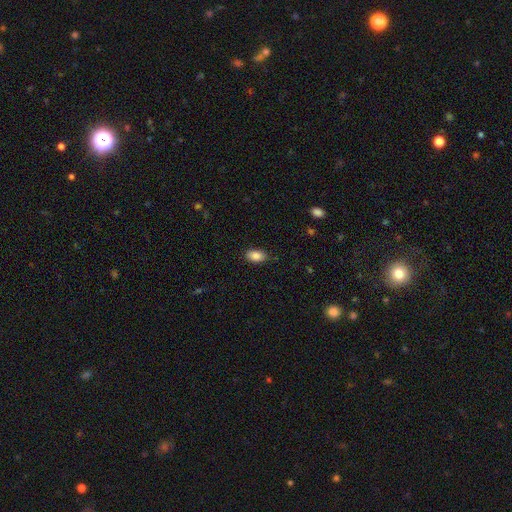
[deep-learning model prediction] Smooth or featured?
  - smooth: 87% *
  - star or artifact: 8%
  - featured or disk: 5%
How rounded?
  - in between: 90% *
  - round: 8%
  - cigar-shaped: 2%
Merging?
  - none: 85% *
  - minor disturbance: 12%
  - major disturbance: 2%
  - merger: 1%